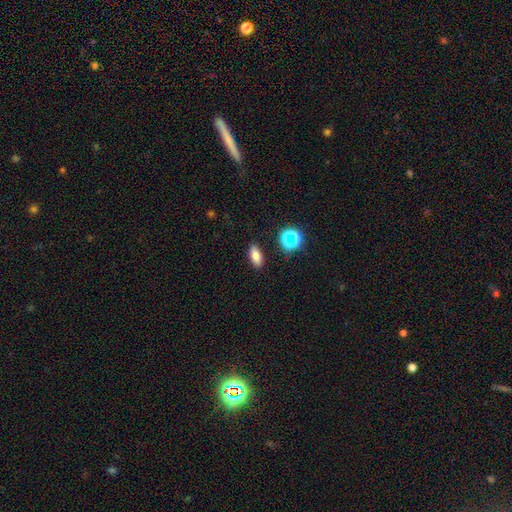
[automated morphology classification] This appears to be a smooth galaxy with no disk features (76%) that is in between round and cigar-shaped (79%). Merging: none (87%).